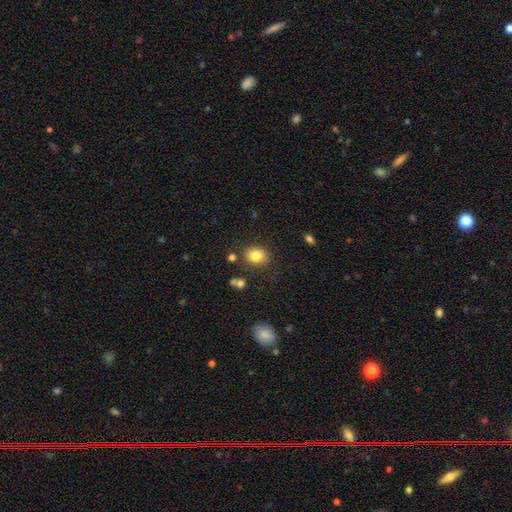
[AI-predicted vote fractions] The model was most divided on "how rounded": round: 67%, in between: 32%, cigar-shaped: 1%. More confident: merging — none (83%); smooth or featured — smooth (82%).